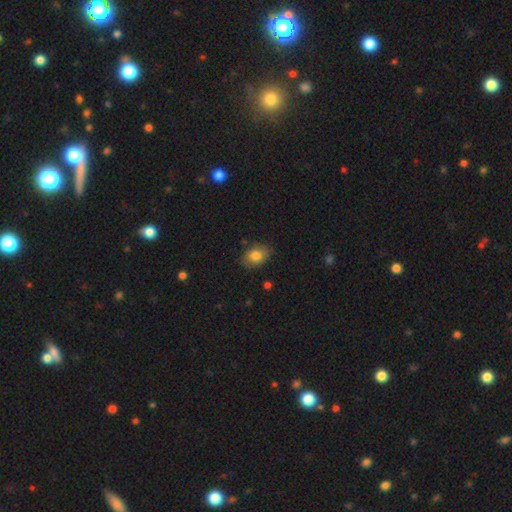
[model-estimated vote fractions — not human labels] A smooth galaxy with no disk features (81%) that is in between round and cigar-shaped (80%).

Vote fractions:
- Smooth or featured? smooth: 81% / featured or disk: 11% / star or artifact: 8%
- How rounded? in between: 80% / round: 18% / cigar-shaped: 1%
- Merging? none: 81% / minor disturbance: 15% / major disturbance: 3% / merger: 1%